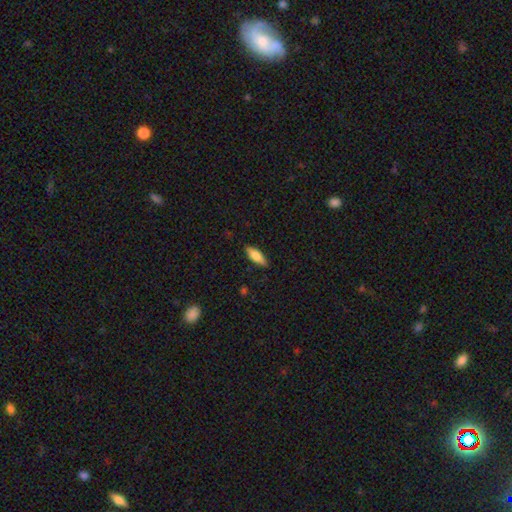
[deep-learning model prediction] smooth-or-featured: smooth: 74% | featured or disk: 20% | star or artifact: 6%
  how-rounded: in between: 59% | cigar-shaped: 39% | round: 2%
  merging: none: 86% | minor disturbance: 11% | major disturbance: 2% | merger: 1%